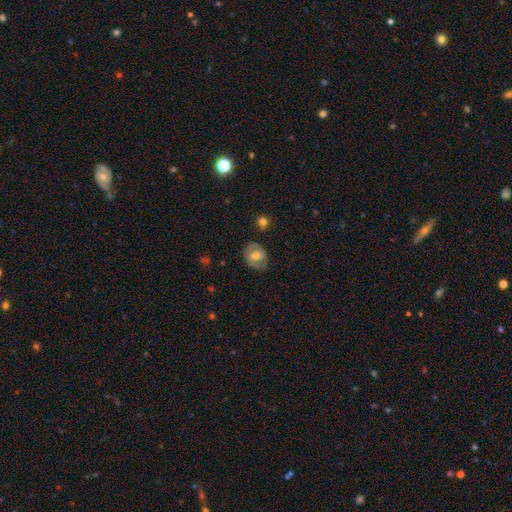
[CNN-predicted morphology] Smooth or featured: smooth — 49% (featured or disk — 44%)
Merging: none — 69% (minor disturbance — 22%)